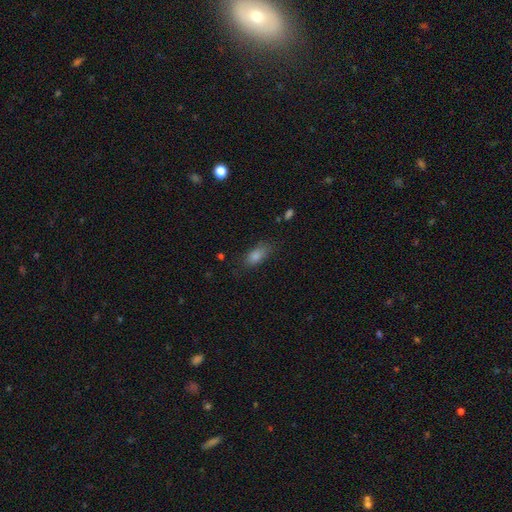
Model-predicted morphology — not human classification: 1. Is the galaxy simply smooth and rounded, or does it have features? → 75% smooth, 14% star or artifact, 11% featured or disk.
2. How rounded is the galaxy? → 76% in between, 17% cigar-shaped, 7% round.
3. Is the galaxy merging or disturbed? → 77% none, 17% minor disturbance, 5% major disturbance, 2% merger.